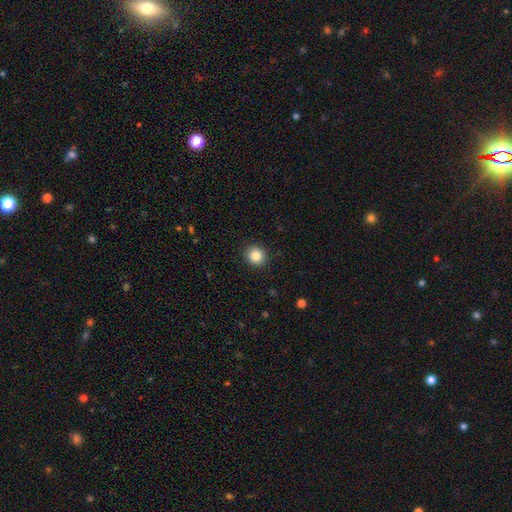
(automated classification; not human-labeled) The model was most divided on "smooth or featured": smooth: 84%, star or artifact: 11%, featured or disk: 6%. More confident: merging — none (92%); how rounded — round (92%).